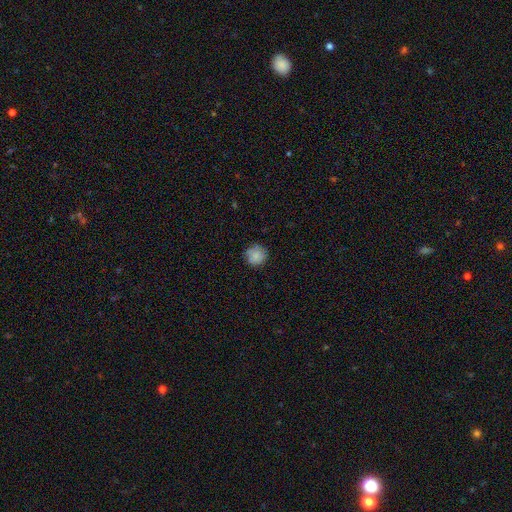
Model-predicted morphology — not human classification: This appears to be a smooth galaxy with no disk features (81%) that is round (92%). Merging: none (79%).